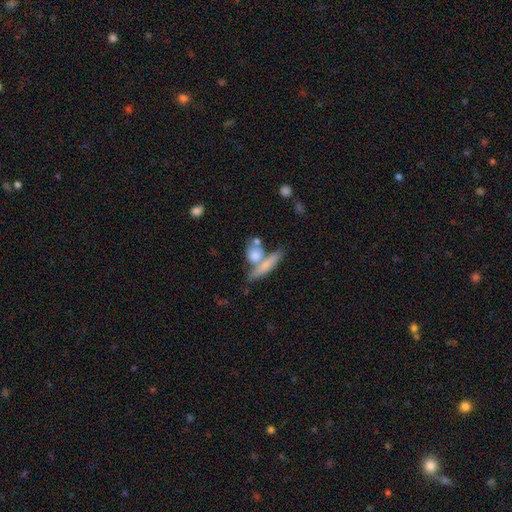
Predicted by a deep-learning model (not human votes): smooth_or_featured: smooth (p=0.67) [alt: featured or disk p=0.24]
how_rounded: in between (p=0.34) [tied with: cigar-shaped p=0.34]
merging: none (p=0.44) [alt: merger p=0.39]